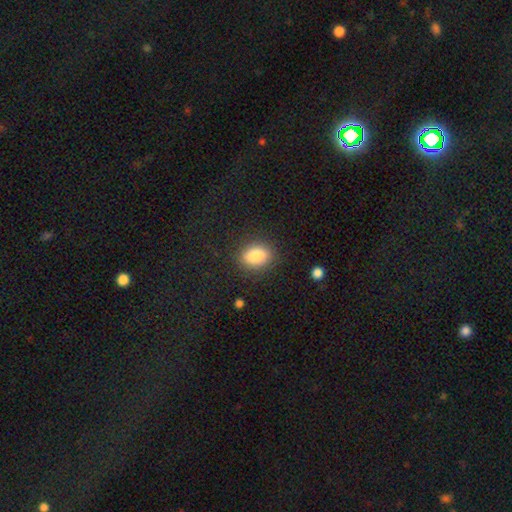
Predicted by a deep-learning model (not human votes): This is clearly a smooth galaxy (85%). How rounded: likely in between (73%). Merging: clearly none (85%).